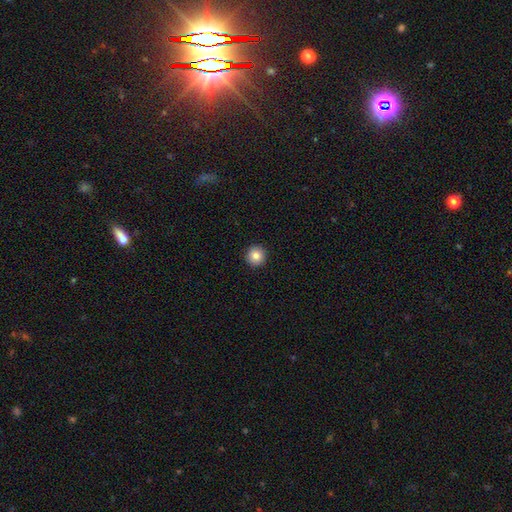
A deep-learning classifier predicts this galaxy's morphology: smooth-or-featured: smooth: 84% | star or artifact: 9% | featured or disk: 6%
  how-rounded: round: 96% | in between: 3% | cigar-shaped: 1%
  merging: none: 94% | minor disturbance: 4% | major disturbance: 1% | merger: 1%